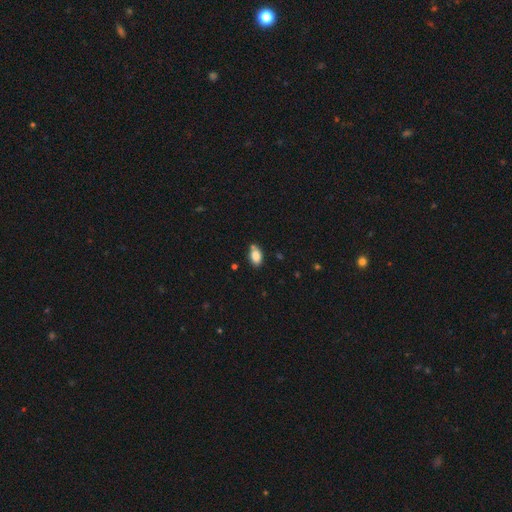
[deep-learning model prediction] Smooth or featured: smooth — 85% (star or artifact — 8%)
How rounded: in between — 89% (round — 9%)
Merging: none — 71% (minor disturbance — 18%)